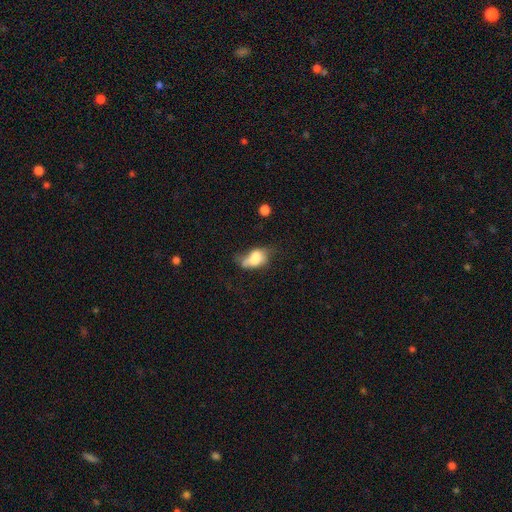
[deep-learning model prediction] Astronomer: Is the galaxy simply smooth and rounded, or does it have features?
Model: smooth — 64%.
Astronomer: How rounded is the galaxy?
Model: in between — 84%.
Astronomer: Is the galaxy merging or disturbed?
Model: merger — 26% (runner-up: minor disturbance, 25%).